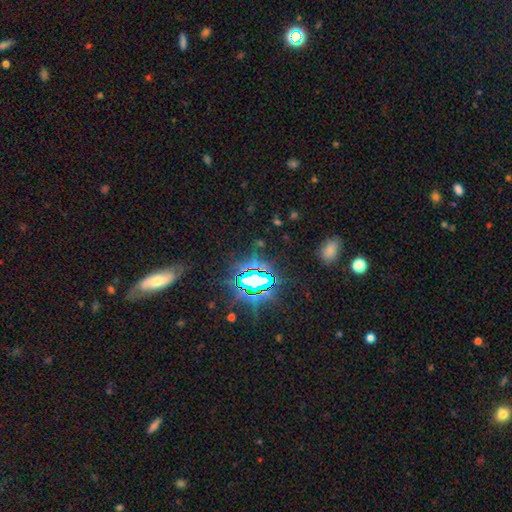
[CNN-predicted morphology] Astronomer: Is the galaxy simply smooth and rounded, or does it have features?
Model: star or artifact — 73%.